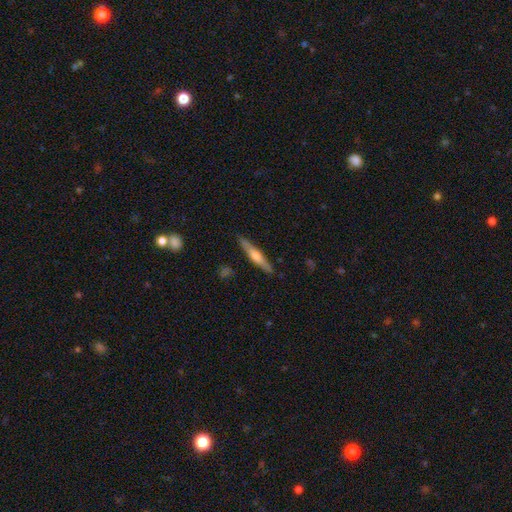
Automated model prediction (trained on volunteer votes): featured or disk 54%, smooth 40%, star or artifact 6%. Down the decision tree: edge-on disk — yes (96%); edge-on bulge — rounded (80%); merging — none (88%).